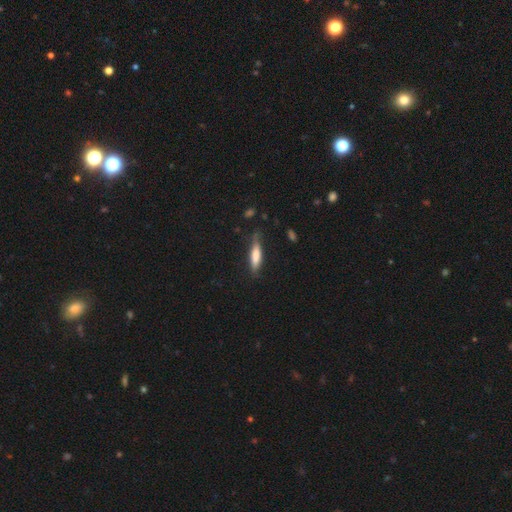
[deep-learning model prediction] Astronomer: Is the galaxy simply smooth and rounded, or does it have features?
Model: smooth — 72%.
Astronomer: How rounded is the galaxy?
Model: cigar-shaped — 73%.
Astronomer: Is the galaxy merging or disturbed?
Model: none — 66%.